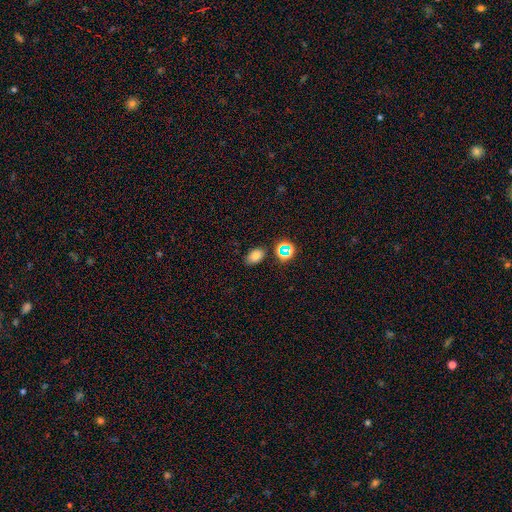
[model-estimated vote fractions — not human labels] Smooth or featured: smooth — 72% (star or artifact — 18%)
How rounded: in between — 82% (round — 16%)
Merging: none — 80% (minor disturbance — 13%)